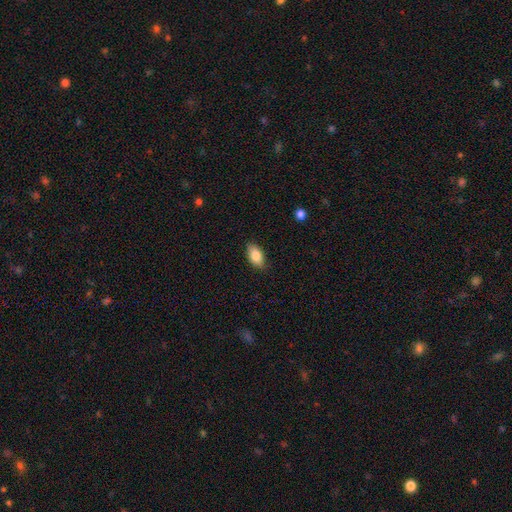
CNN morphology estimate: The model was most divided on "smooth or featured": smooth: 83%, featured or disk: 10%, star or artifact: 7%. More confident: how rounded — in between (92%); merging — none (86%).